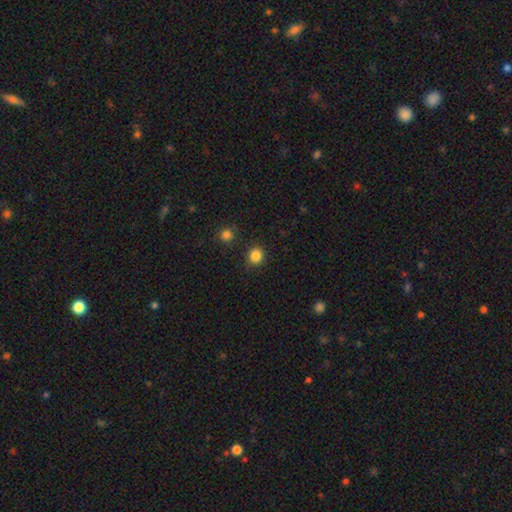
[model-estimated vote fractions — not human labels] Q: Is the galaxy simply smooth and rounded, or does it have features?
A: smooth — 84%.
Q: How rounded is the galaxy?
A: round — 90%.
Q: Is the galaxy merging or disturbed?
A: none — 89%.